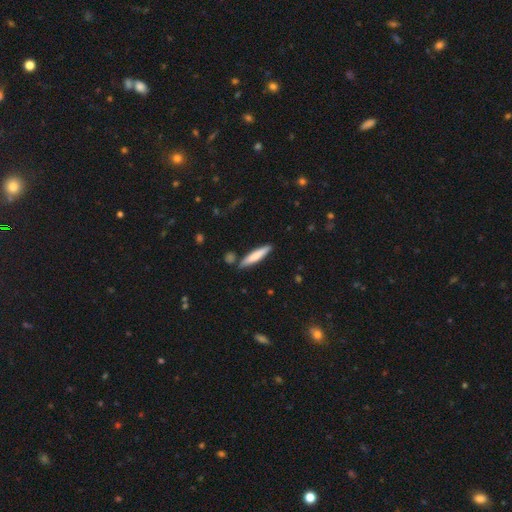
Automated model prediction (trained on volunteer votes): A smooth galaxy with no disk features (71%) that is cigar-shaped (88%). Merging: none (84%).